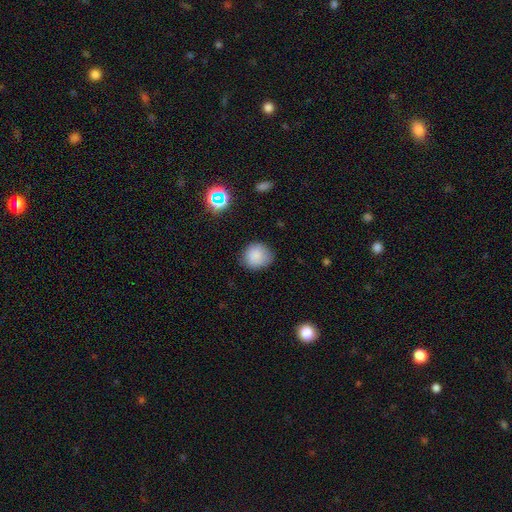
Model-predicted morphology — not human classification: Smooth or featured? smooth (85%)
How rounded? round (82%)
Merging? none (80%)